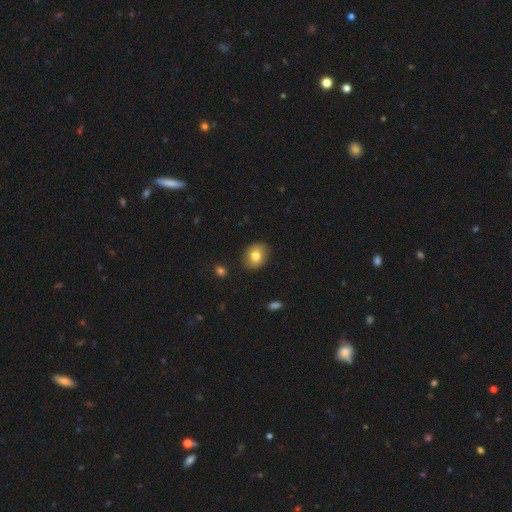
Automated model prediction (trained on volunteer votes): Smooth or featured: smooth — 79% (featured or disk — 13%)
How rounded: round — 50% (in between — 49%)
Merging: none — 87% (minor disturbance — 9%)